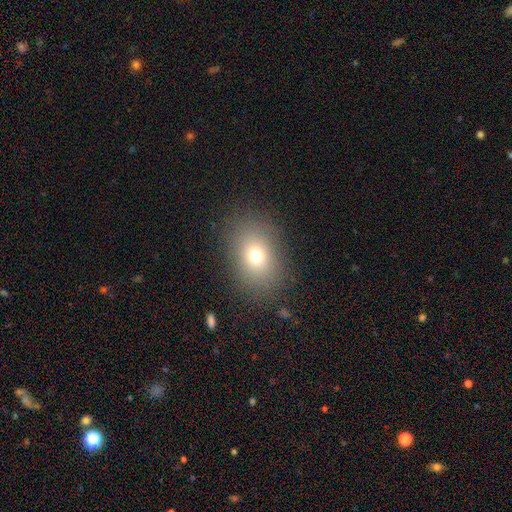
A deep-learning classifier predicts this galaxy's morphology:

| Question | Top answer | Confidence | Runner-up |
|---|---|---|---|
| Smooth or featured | smooth | 72% | star or artifact (15%) |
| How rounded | in between | 68% | round (31%) |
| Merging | none | 85% | minor disturbance (9%) |